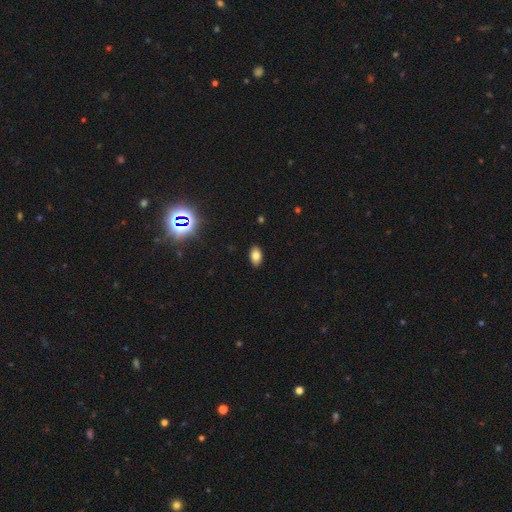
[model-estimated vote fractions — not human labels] This is likely a smooth galaxy (79%). How rounded: clearly in between (91%). Merging: clearly none (89%).